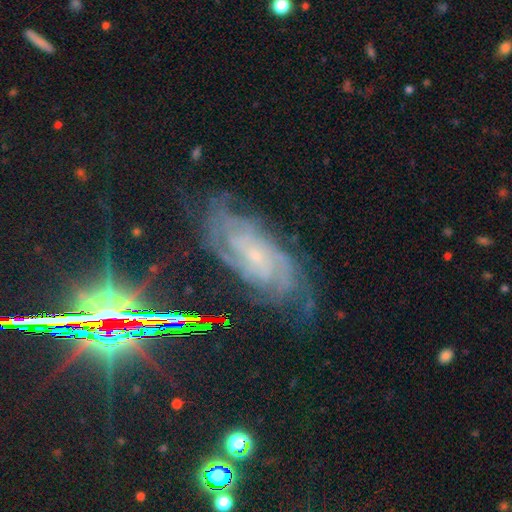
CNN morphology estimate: A featured or disk galaxy (79%) with no bar (61%), tight (70%) spiral arms (97%) and a small central bulge (78%).

Vote fractions:
- Smooth or featured? featured or disk: 79% / star or artifact: 13% / smooth: 8%
- Edge-on disk? no: 93% / yes: 7%
- Bar? no: 61% / weak: 30% / strong: 9%
- Spiral arms? yes: 97% / no: 3%
- Spiral winding? tight: 70% / medium: 25% / loose: 5%
- Spiral arm count? can't tell: 34% / 2: 21% / 3: 17% / 4: 14% / more than 4: 8% / 1: 6%
- Bulge size? small: 78% / moderate: 14% / none: 6% / large: 1% / dominant: 1%
- Merging? none: 72% / minor disturbance: 19% / major disturbance: 7% / merger: 2%